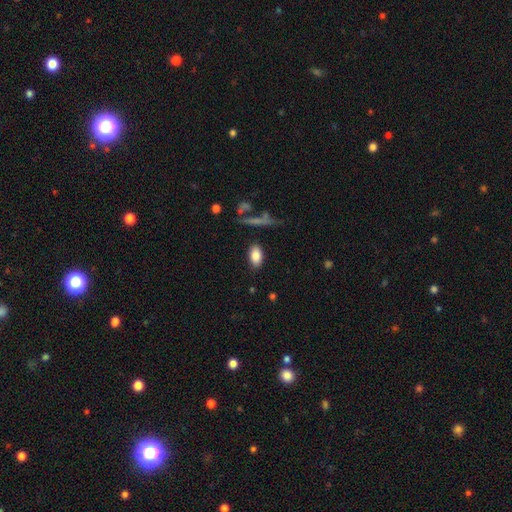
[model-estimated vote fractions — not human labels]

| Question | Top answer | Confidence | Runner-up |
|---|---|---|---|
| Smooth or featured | smooth | 84% | featured or disk (8%) |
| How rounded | in between | 91% | round (6%) |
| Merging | none | 83% | minor disturbance (11%) |